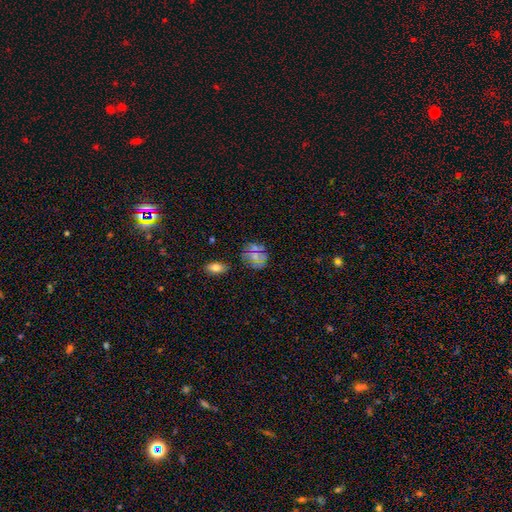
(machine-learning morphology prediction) This appears to be a smooth galaxy with no disk features (61%) that is round (69%). Merging: none (73%).